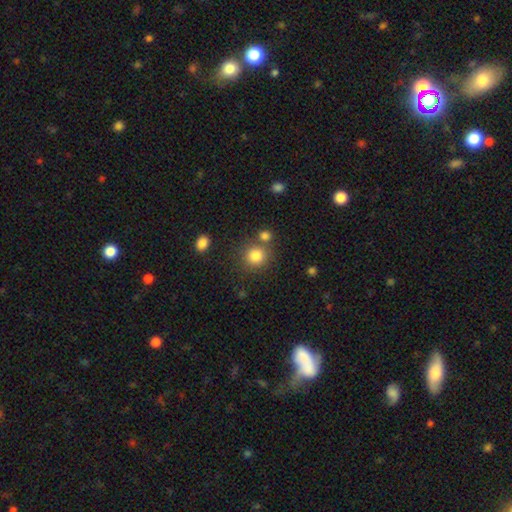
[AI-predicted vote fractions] Q: Smooth or featured?
A: smooth (83%); runner-up: star or artifact (11%)
Q: How rounded?
A: round (88%); runner-up: in between (11%)
Q: Merging?
A: none (71%); runner-up: merger (16%)